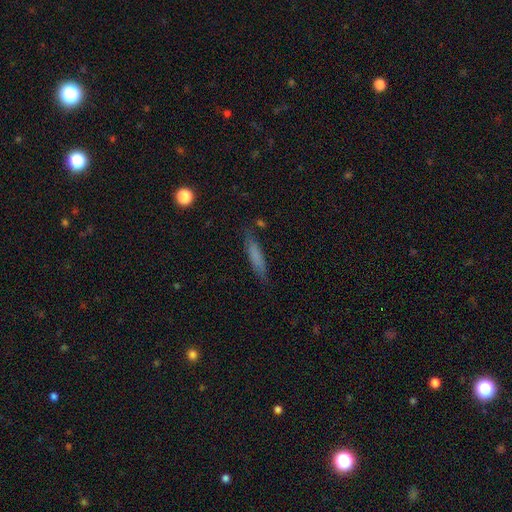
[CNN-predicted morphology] This appears to be a smooth galaxy with no disk features (69%) that is cigar-shaped (87%). Merging: none (79%).